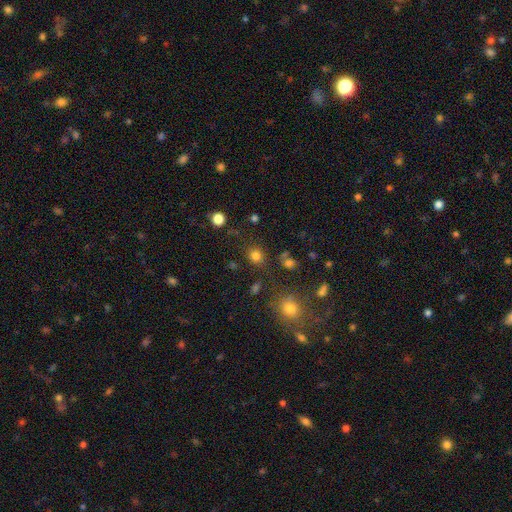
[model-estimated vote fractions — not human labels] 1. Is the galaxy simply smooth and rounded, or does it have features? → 79% smooth, 16% star or artifact, 5% featured or disk.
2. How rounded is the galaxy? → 82% round, 17% in between, 1% cigar-shaped.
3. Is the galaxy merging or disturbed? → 80% none, 11% minor disturbance, 5% merger, 4% major disturbance.